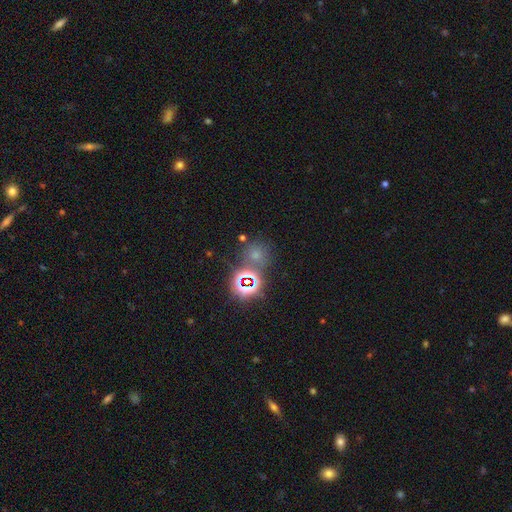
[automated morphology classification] The model was most divided on "smooth or featured": smooth: 49%, star or artifact: 42%, featured or disk: 8%. More confident: merging — none (68%).